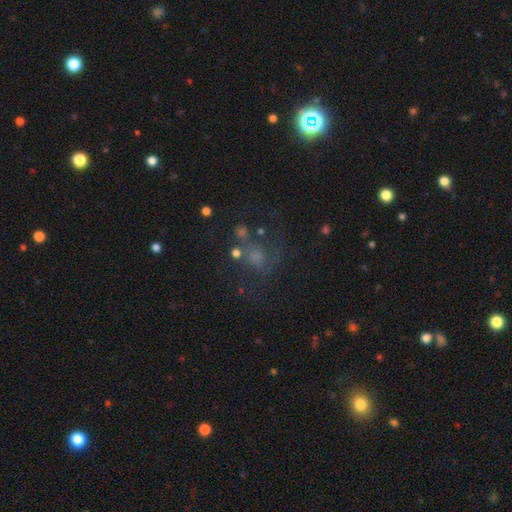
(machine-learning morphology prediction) Smooth or featured?
  - smooth: 36% *
  - featured or disk: 34%
  - star or artifact: 30%
Merging?
  - none: 49% *
  - major disturbance: 24%
  - minor disturbance: 17%
  - merger: 10%